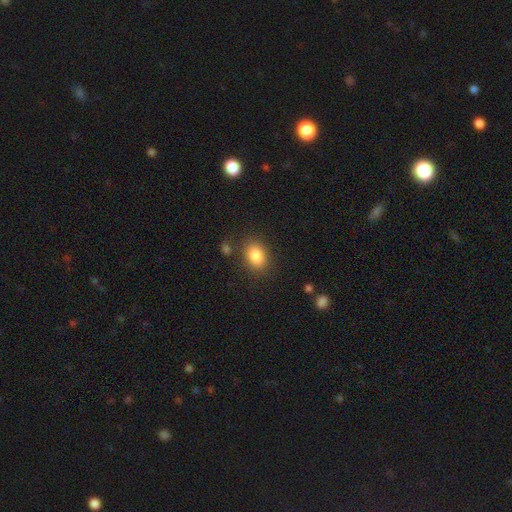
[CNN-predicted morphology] smooth 86%, star or artifact 8%, featured or disk 6%. Down the decision tree: how rounded — in between (75%); merging — none (79%).